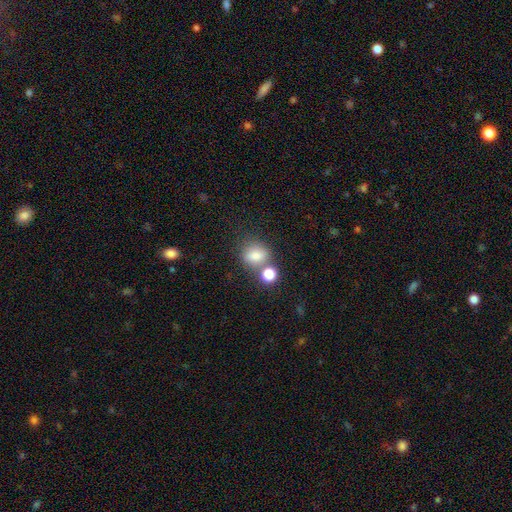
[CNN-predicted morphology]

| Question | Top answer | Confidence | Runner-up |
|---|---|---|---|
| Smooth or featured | smooth | 79% | star or artifact (13%) |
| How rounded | round | 56% | in between (42%) |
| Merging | none | 54% | merger (26%) |